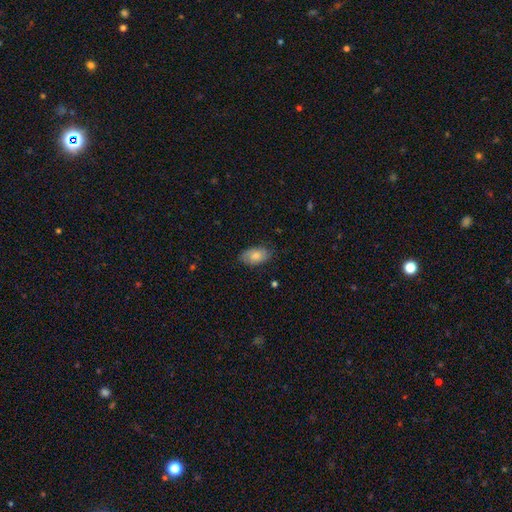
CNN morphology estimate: smooth-or-featured: smooth: 70% | featured or disk: 23% | star or artifact: 7%
  how-rounded: in between: 93% | round: 5% | cigar-shaped: 2%
  merging: none: 77% | minor disturbance: 19% | major disturbance: 4% | merger: 1%